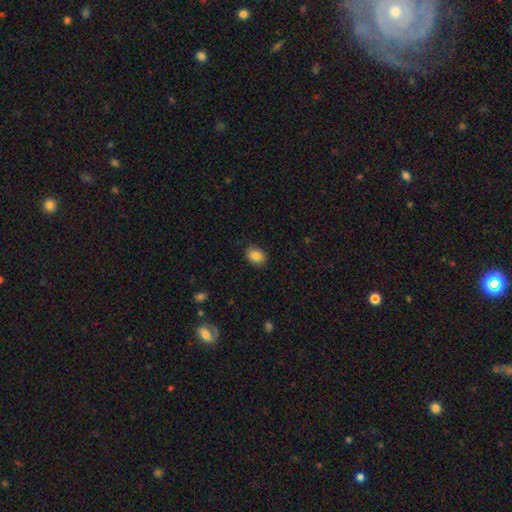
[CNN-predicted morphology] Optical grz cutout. It shows a smooth galaxy with no disk features (86%) that is in between round and cigar-shaped (70%). Merging: none (88%).